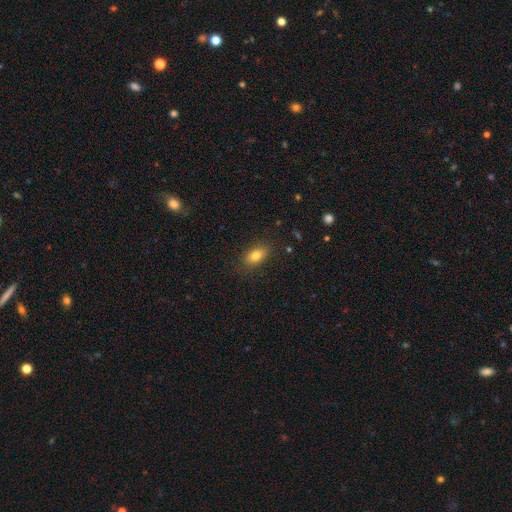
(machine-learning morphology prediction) Q: Smooth or featured?
A: smooth (81%); runner-up: featured or disk (10%)
Q: How rounded?
A: in between (86%); runner-up: round (9%)
Q: Merging?
A: none (86%); runner-up: minor disturbance (11%)